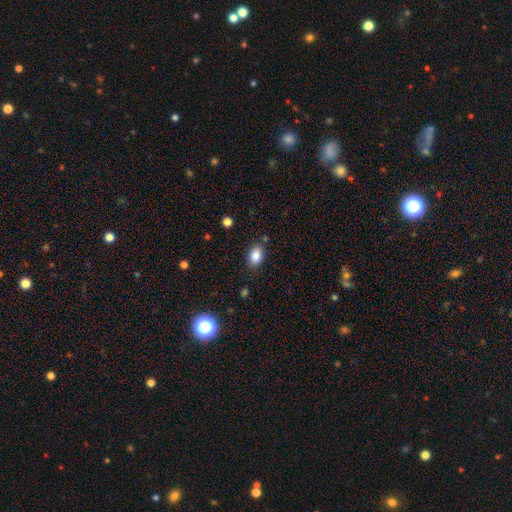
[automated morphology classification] This is clearly a smooth galaxy (86%). How rounded: clearly in between (84%). Merging: clearly none (82%).